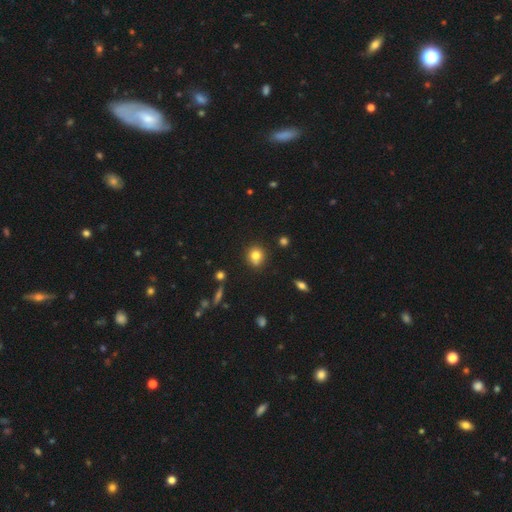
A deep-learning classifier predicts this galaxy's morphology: type=smooth (78%); roundness=round (83%); merging=none (77%).